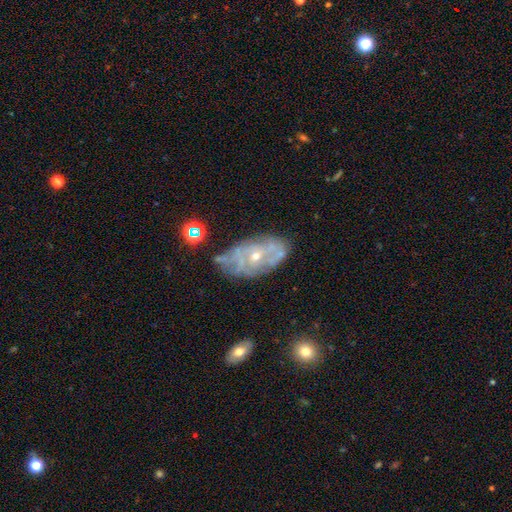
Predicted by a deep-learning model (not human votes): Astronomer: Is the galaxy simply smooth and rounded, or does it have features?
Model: featured or disk — 74%.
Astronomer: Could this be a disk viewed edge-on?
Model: no — 93%.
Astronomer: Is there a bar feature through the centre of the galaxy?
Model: no — 76%.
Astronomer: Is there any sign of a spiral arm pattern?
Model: yes — 65%.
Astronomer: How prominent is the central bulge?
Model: small — 66%.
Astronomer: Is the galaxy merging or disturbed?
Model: none — 60%.